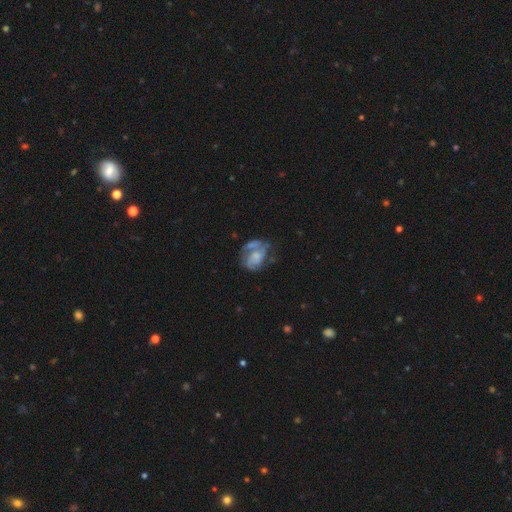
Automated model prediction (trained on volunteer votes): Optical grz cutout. It shows a featured or disk galaxy (59%) with no bar (72%), spiral arms (58%) and a small central bulge (34%). Merging: none (35%).